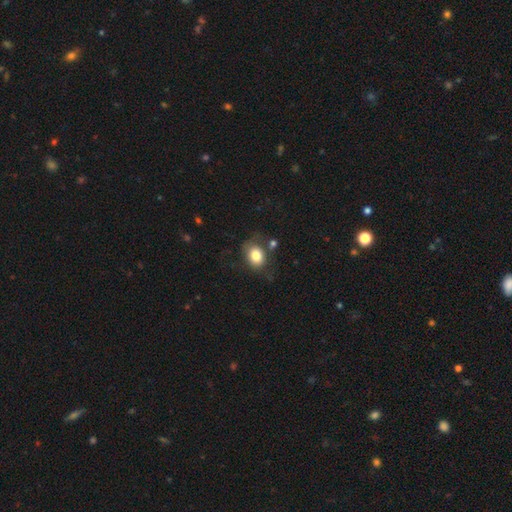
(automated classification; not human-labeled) A smooth galaxy with no disk features (81%) that is in between round and cigar-shaped (57%).

Vote fractions:
- Smooth or featured? smooth: 81% / featured or disk: 10% / star or artifact: 9%
- How rounded? in between: 57% / round: 42% / cigar-shaped: 1%
- Merging? none: 65% / minor disturbance: 20% / major disturbance: 8% / merger: 7%